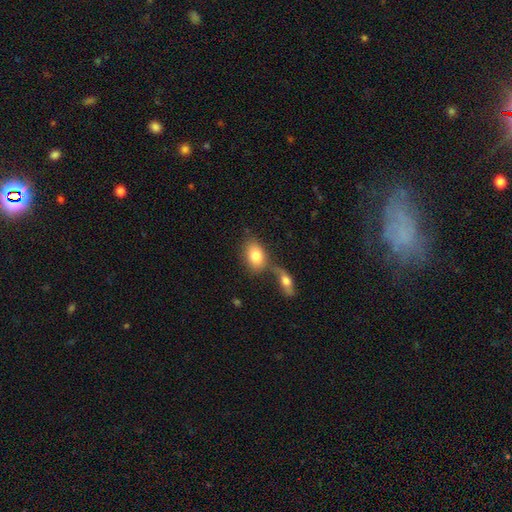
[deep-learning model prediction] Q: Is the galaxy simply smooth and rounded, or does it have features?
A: smooth — 81%.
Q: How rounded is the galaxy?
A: in between — 85%.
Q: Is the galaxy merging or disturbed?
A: none — 46%.